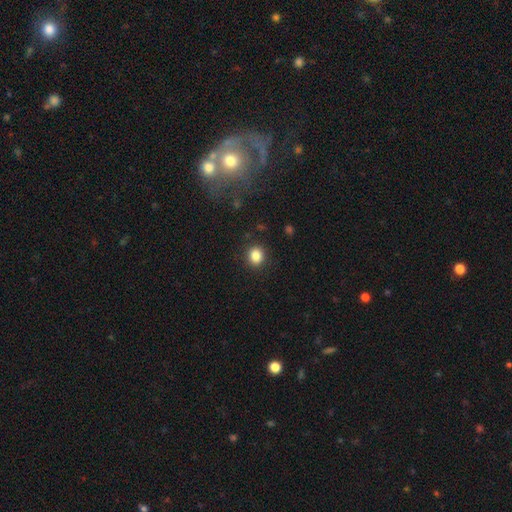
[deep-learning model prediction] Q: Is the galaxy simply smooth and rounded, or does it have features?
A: smooth — 85%.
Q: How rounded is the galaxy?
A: round — 79%.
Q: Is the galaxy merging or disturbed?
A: none — 90%.